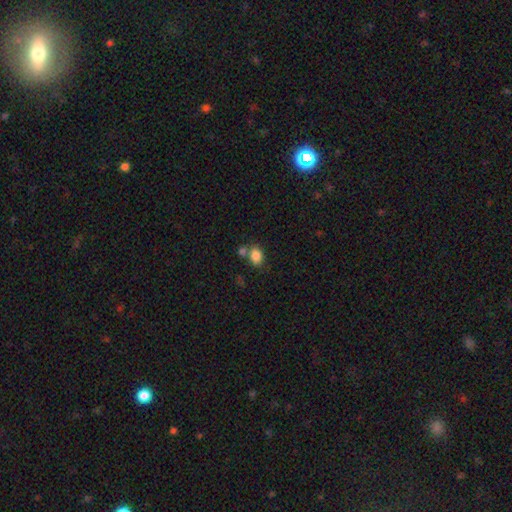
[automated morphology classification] smooth 84%, star or artifact 10%, featured or disk 6%. Down the decision tree: how rounded — in between (60%); merging — none (57%).